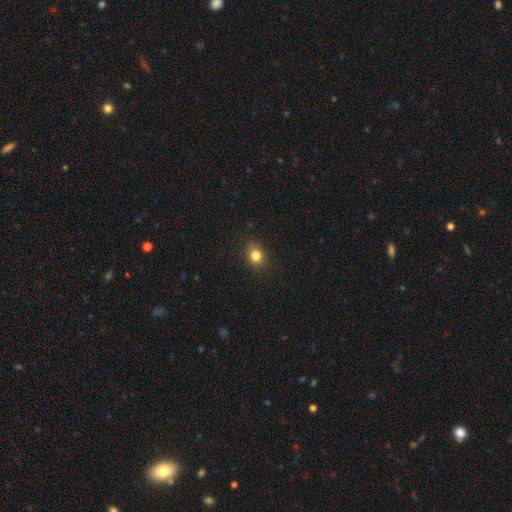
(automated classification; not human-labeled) smooth_or_featured: smooth (p=0.82) [alt: star or artifact p=0.12]
how_rounded: round (p=0.57) [alt: in between p=0.41]
merging: none (p=0.84) [alt: minor disturbance p=0.12]